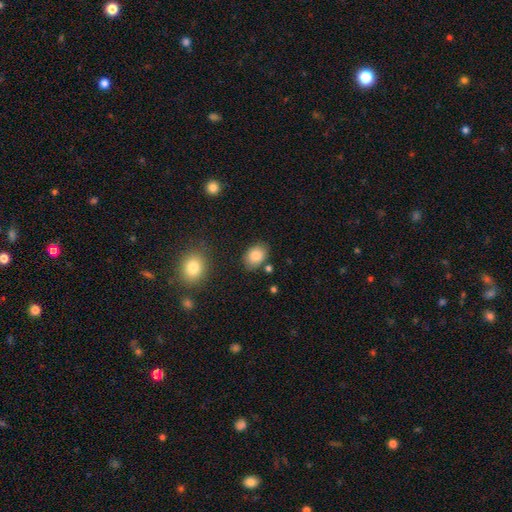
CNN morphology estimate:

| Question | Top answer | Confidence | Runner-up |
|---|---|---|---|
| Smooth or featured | smooth | 84% | star or artifact (8%) |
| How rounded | in between | 75% | round (24%) |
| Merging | none | 79% | minor disturbance (13%) |